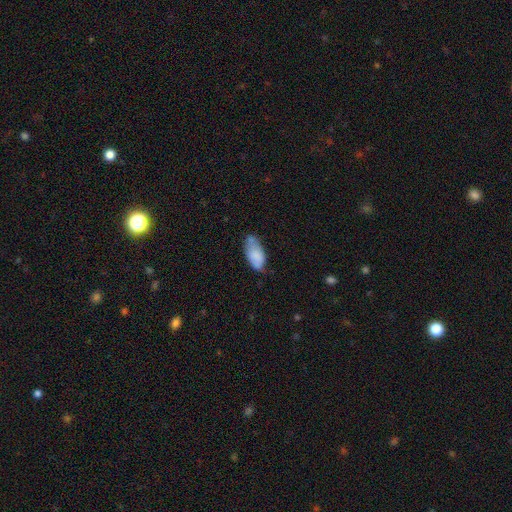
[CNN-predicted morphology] Smooth or featured: smooth — 78% (featured or disk — 15%)
How rounded: in between — 91% (cigar-shaped — 7%)
Merging: none — 47% (minor disturbance — 36%)